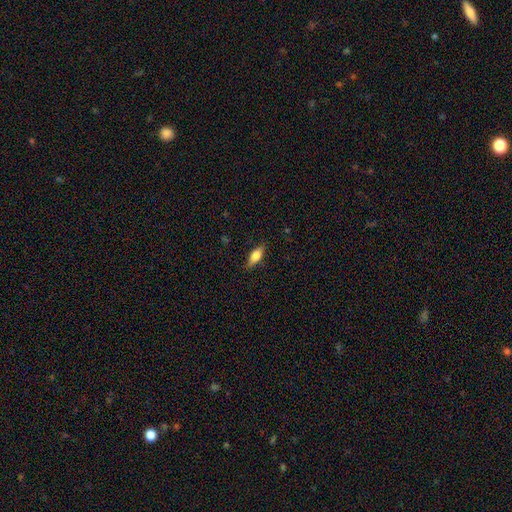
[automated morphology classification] Overall: smooth (70%). How rounded: in between (71%). Merging: none (84%).